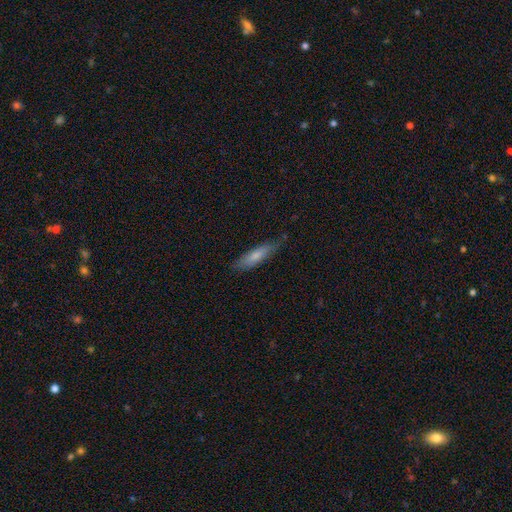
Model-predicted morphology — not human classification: type=smooth (69%); roundness=cigar-shaped (66%); merging=none (73%).